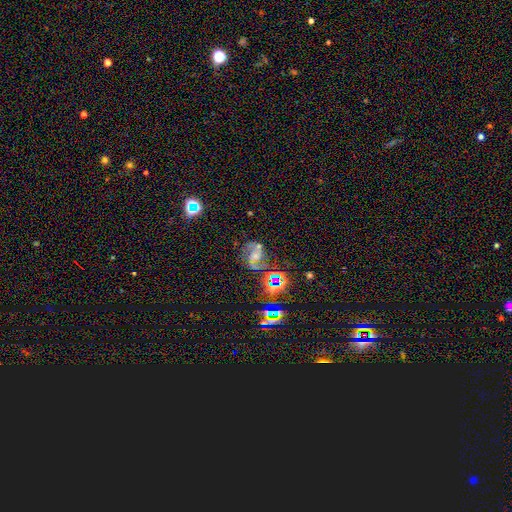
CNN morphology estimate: Q: Smooth or featured?
A: featured or disk (56%); runner-up: star or artifact (25%)
Q: Edge-on disk?
A: no (97%); runner-up: yes (3%)
Q: Bar?
A: no (55%); runner-up: weak (32%)
Q: Spiral arms?
A: yes (85%); runner-up: no (15%)
Q: Bulge size?
A: small (40%); runner-up: moderate (27%)
Q: Merging?
A: none (49%); runner-up: minor disturbance (21%)